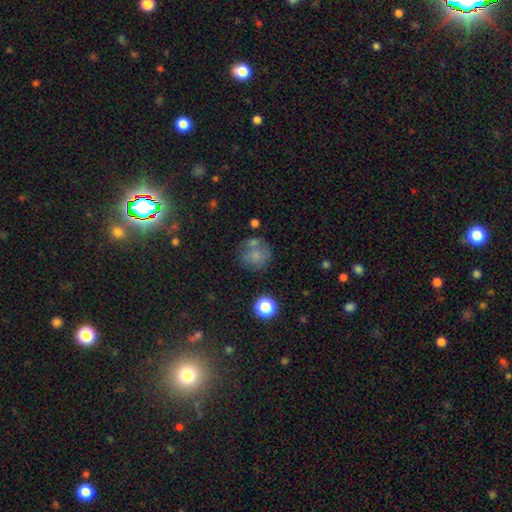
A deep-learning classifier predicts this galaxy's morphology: smooth-or-featured: smooth: 67% | featured or disk: 21% | star or artifact: 13%
  how-rounded: round: 80% | in between: 19% | cigar-shaped: 1%
  merging: none: 50% | minor disturbance: 20% | merger: 17% | major disturbance: 13%